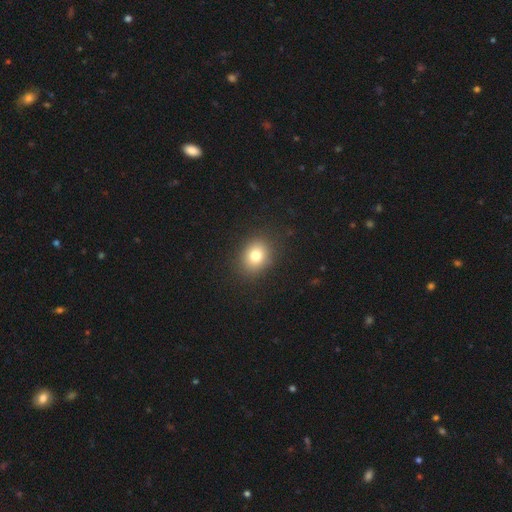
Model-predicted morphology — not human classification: Smooth or featured? smooth (78%)
How rounded? round (57%)
Merging? none (88%)